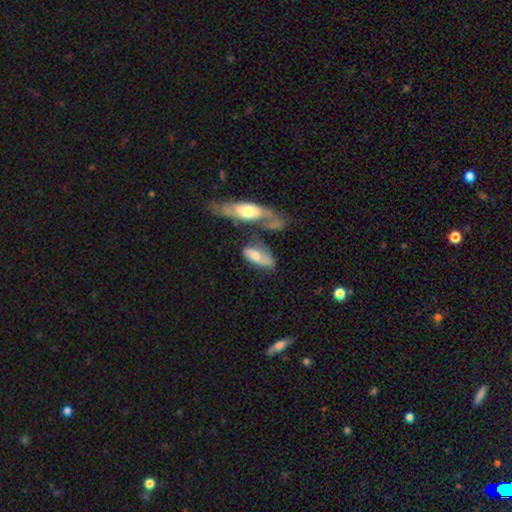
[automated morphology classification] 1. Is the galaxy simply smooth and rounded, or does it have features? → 54% smooth, 39% featured or disk, 6% star or artifact.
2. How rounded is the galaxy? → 80% in between, 16% cigar-shaped, 4% round.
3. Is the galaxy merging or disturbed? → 30% none (tied), 30% merger (tied), 22% minor disturbance, 18% major disturbance.